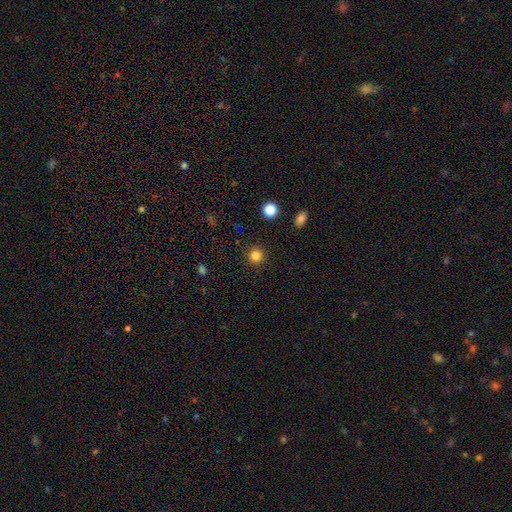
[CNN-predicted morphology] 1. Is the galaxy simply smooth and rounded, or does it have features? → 83% smooth, 13% star or artifact, 4% featured or disk.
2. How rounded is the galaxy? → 94% round, 5% in between, 1% cigar-shaped.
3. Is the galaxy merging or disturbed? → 91% none, 5% minor disturbance, 2% major disturbance, 1% merger.